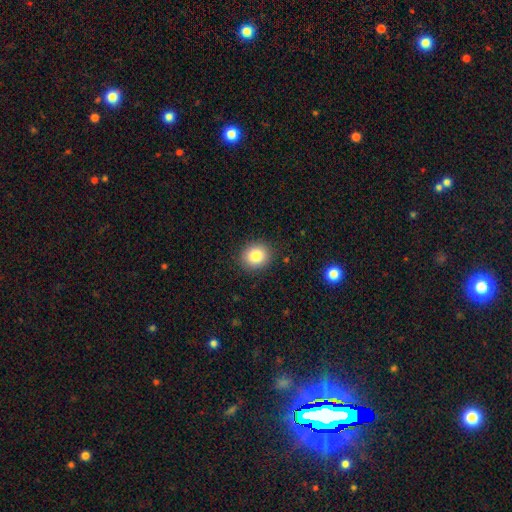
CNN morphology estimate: A smooth galaxy with no disk features (83%) that is round (71%). Merging: none (89%).